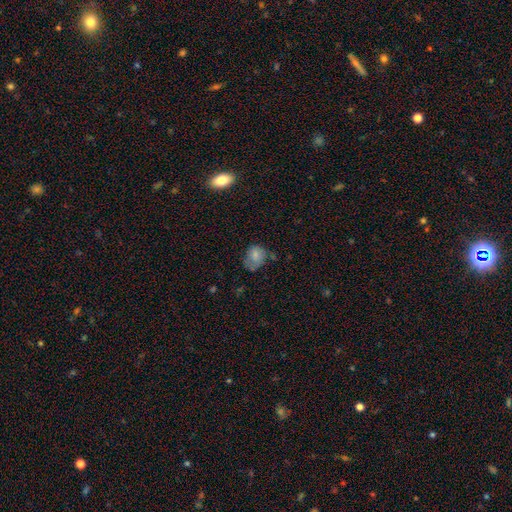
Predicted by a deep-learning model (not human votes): The model was most divided on "merging": none: 44%, minor disturbance: 34%, major disturbance: 17%, merger: 5%. More confident: smooth or featured — smooth (74%); how rounded — in between (57%).